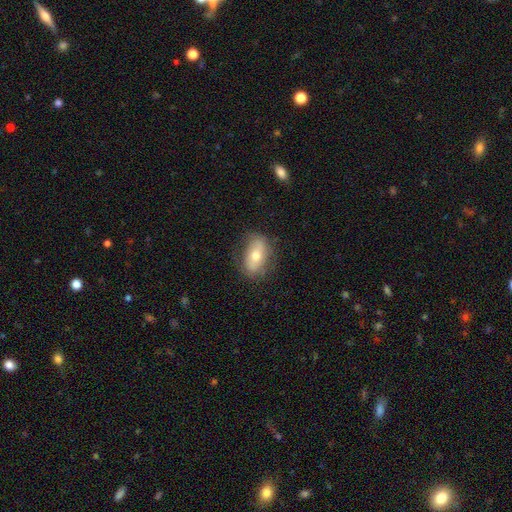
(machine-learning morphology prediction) The model was most divided on "smooth or featured": smooth: 59%, featured or disk: 34%, star or artifact: 8%. More confident: how rounded — in between (86%); merging — none (75%).